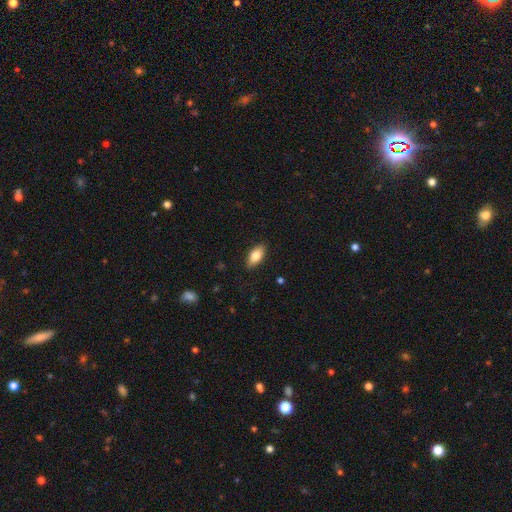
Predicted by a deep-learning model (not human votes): A smooth galaxy with no disk features (79%) that is in between round and cigar-shaped (87%).

Vote fractions:
- Smooth or featured? smooth: 79% / featured or disk: 15% / star or artifact: 7%
- How rounded? in between: 87% / cigar-shaped: 10% / round: 3%
- Merging? none: 87% / minor disturbance: 10% / major disturbance: 2% / merger: 1%